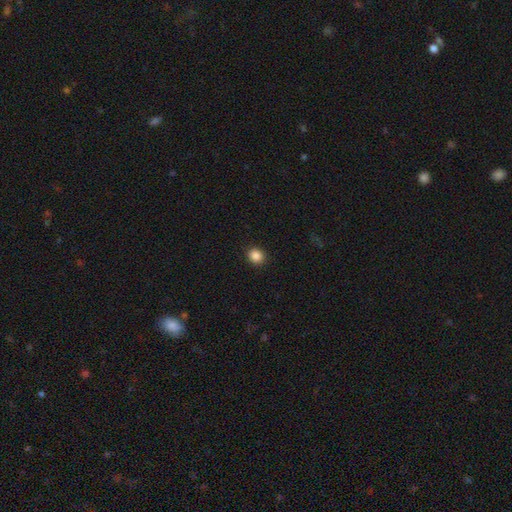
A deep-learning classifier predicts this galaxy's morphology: Overall: smooth (87%). How rounded: round (78%). Merging: none (91%).